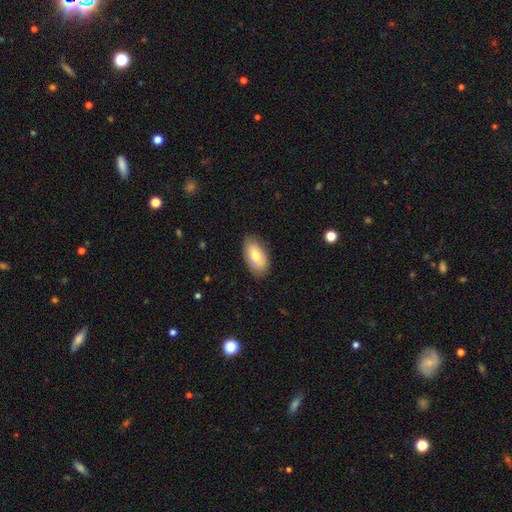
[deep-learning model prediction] Overall: smooth (70%). How rounded: in between (93%). Merging: none (82%).